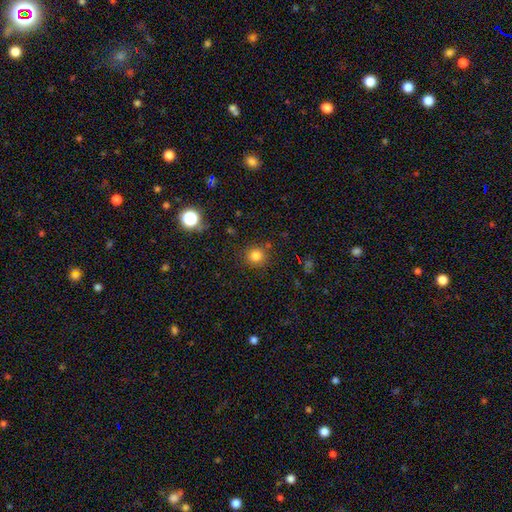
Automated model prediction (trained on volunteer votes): smooth-or-featured: smooth: 81% | star or artifact: 14% | featured or disk: 5%
  how-rounded: round: 89% | in between: 10% | cigar-shaped: 1%
  merging: none: 85% | minor disturbance: 9% | merger: 3% | major disturbance: 3%